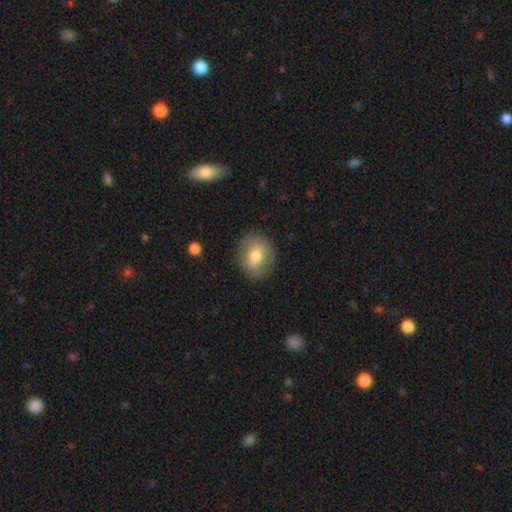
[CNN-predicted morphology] A smooth galaxy with no disk features (71%) that is round (61%).

Vote fractions:
- Smooth or featured? smooth: 71% / featured or disk: 21% / star or artifact: 8%
- How rounded? round: 61% / in between: 38% / cigar-shaped: 1%
- Merging? none: 85% / minor disturbance: 10% / major disturbance: 3% / merger: 1%